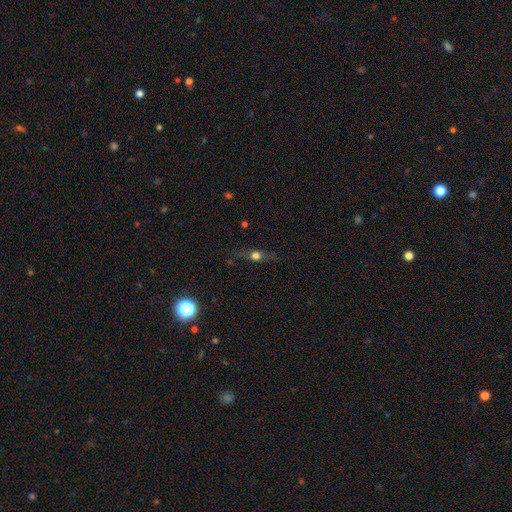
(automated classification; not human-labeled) The model was most divided on "smooth or featured": featured or disk: 51%, smooth: 36%, star or artifact: 13%. More confident: edge-on disk — yes (88%); merging — none (82%).